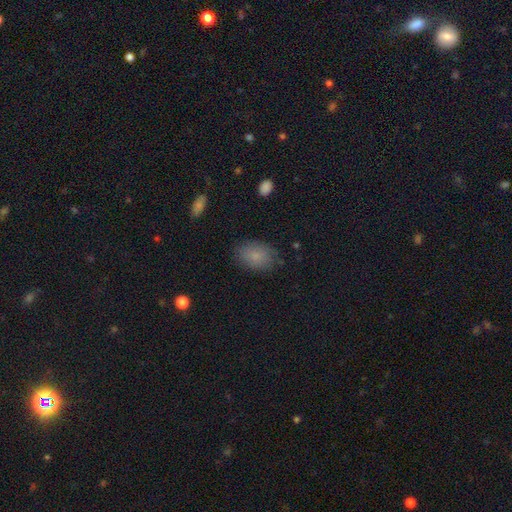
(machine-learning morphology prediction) A smooth galaxy with no disk features (82%) that is in between round and cigar-shaped (82%). Merging: none (80%).